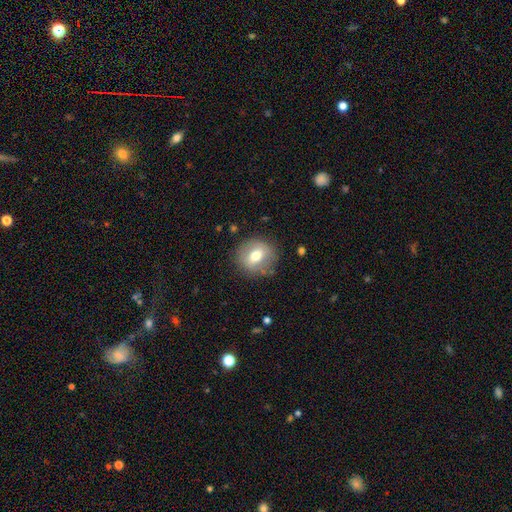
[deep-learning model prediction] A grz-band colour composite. It shows a smooth galaxy with no disk features (64%) that is round (84%). Merging: none (83%).